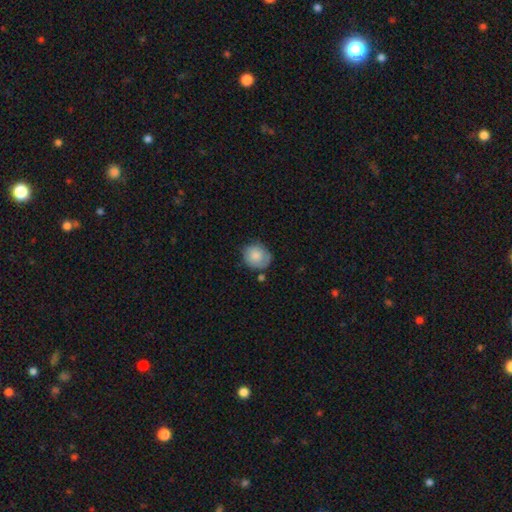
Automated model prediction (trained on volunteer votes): A smooth galaxy with no disk features (79%) that is round (77%).

Vote fractions:
- Smooth or featured? smooth: 79% / featured or disk: 13% / star or artifact: 7%
- How rounded? round: 77% / in between: 22% / cigar-shaped: 1%
- Merging? none: 64% / minor disturbance: 26% / major disturbance: 6% / merger: 5%